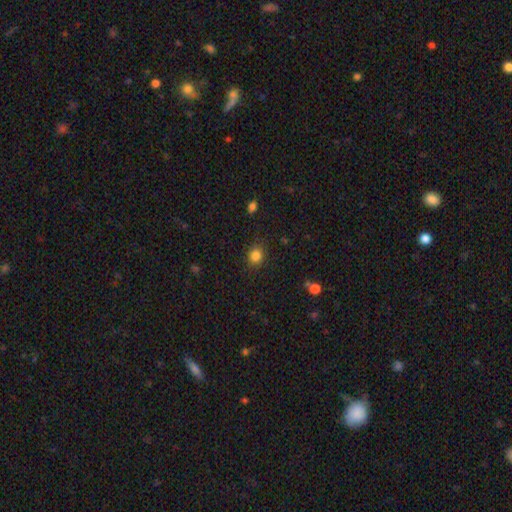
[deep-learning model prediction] Smooth or featured: smooth — 84% (star or artifact — 12%)
How rounded: round — 75% (in between — 24%)
Merging: none — 85% (minor disturbance — 11%)